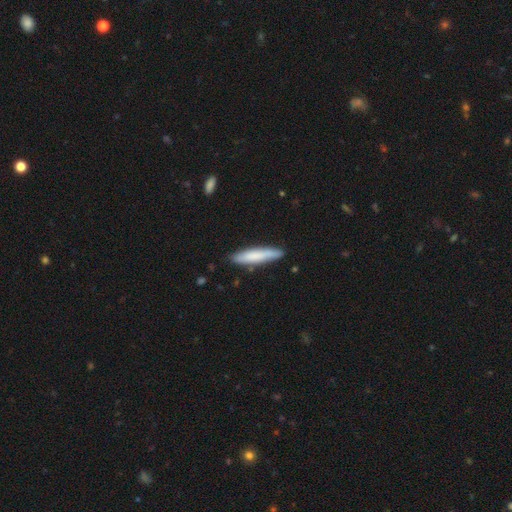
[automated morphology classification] Q: Smooth or featured?
A: smooth (75%); runner-up: featured or disk (19%)
Q: How rounded?
A: cigar-shaped (89%); runner-up: in between (10%)
Q: Merging?
A: none (85%); runner-up: minor disturbance (12%)